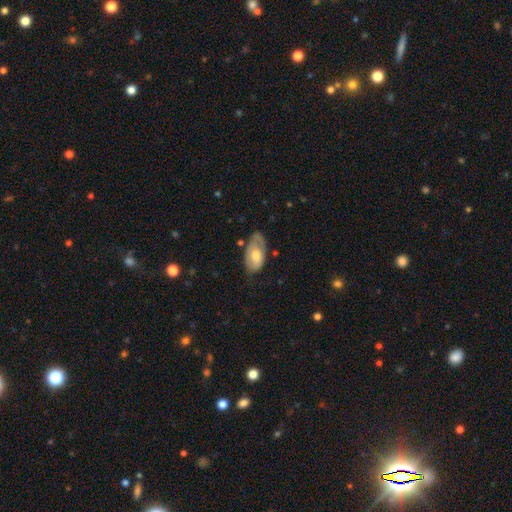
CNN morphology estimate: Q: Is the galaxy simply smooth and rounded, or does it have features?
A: smooth — 62%.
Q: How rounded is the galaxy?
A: in between — 93%.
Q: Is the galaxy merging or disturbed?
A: none — 52%.